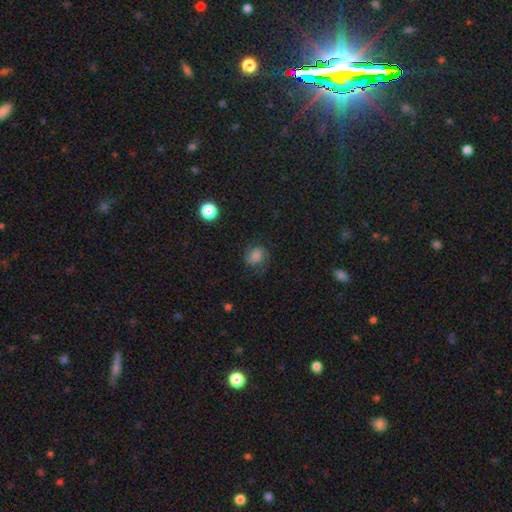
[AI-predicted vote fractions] Smooth or featured: smooth — 47% (featured or disk — 38%)
Merging: none — 71% (minor disturbance — 18%)